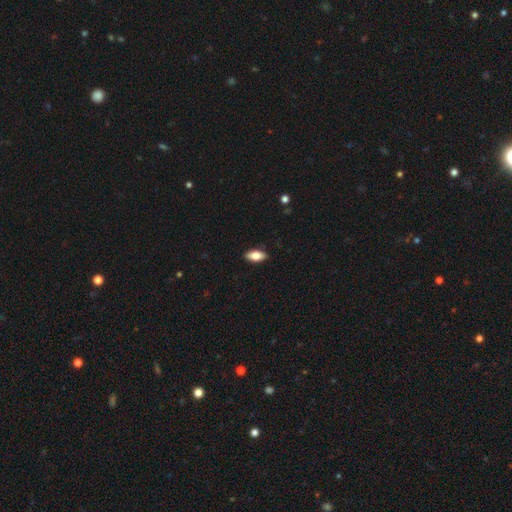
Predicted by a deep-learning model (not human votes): Q: Smooth or featured?
A: smooth (78%); runner-up: featured or disk (15%)
Q: How rounded?
A: in between (87%); runner-up: cigar-shaped (11%)
Q: Merging?
A: none (89%); runner-up: minor disturbance (9%)